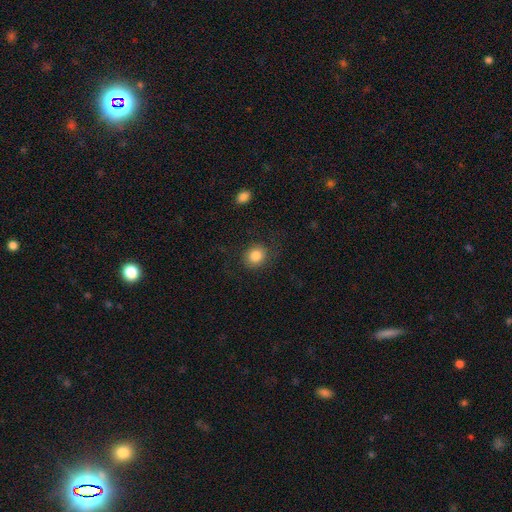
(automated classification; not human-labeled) The model was most divided on "how rounded": round: 78%, in between: 21%, cigar-shaped: 1%. More confident: smooth or featured — smooth (84%); merging — none (81%).